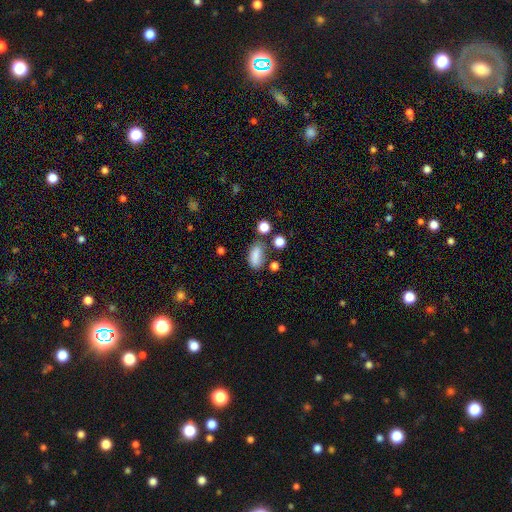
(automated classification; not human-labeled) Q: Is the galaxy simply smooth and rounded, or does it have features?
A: smooth — 81%.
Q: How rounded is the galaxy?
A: in between — 84%.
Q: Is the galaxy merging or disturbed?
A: none — 60%.